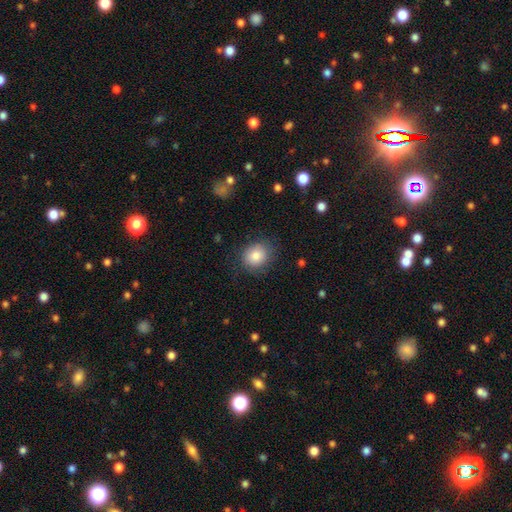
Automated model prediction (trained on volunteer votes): smooth-or-featured: smooth: 83% | star or artifact: 9% | featured or disk: 8%
  how-rounded: round: 68% | in between: 31% | cigar-shaped: 1%
  merging: none: 78% | minor disturbance: 16% | major disturbance: 5% | merger: 1%